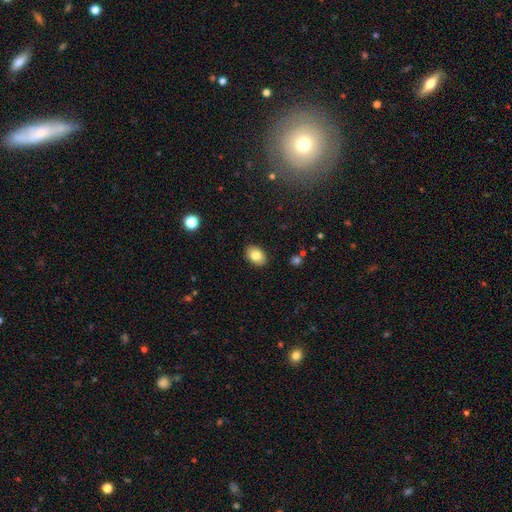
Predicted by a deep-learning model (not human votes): Smooth or featured? smooth (82%)
How rounded? in between (82%)
Merging? none (89%)